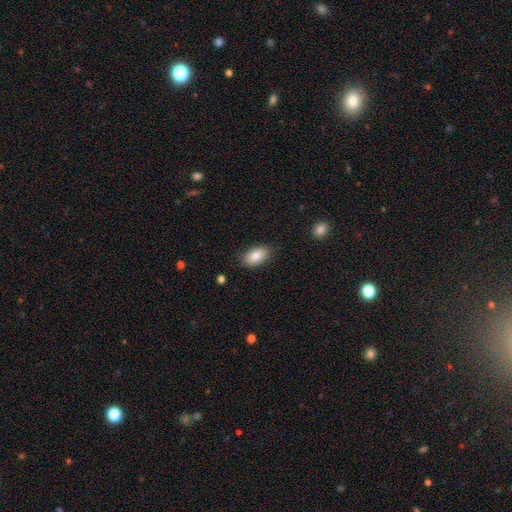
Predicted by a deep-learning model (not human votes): Smooth or featured? smooth (85%)
How rounded? in between (93%)
Merging? none (86%)